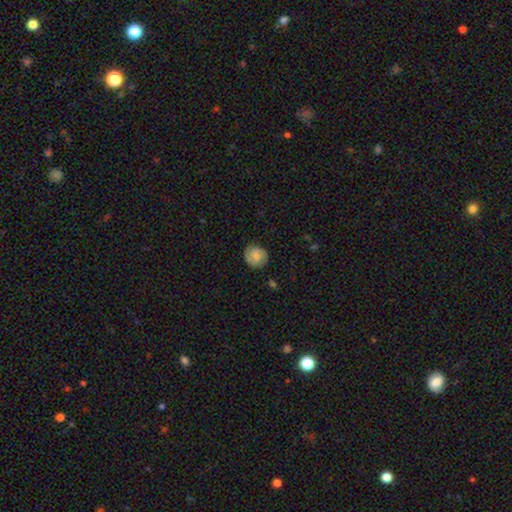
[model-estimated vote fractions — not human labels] The model was most divided on "smooth or featured": smooth: 56%, featured or disk: 36%, star or artifact: 8%. More confident: how rounded — round (84%); merging — none (81%).